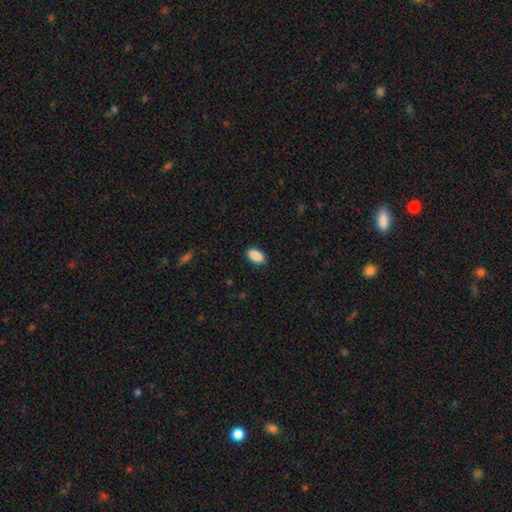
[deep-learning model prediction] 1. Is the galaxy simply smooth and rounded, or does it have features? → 90% smooth, 7% star or artifact, 3% featured or disk.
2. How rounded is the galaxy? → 92% in between, 5% cigar-shaped, 4% round.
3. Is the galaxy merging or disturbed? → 85% none, 12% minor disturbance, 2% major disturbance, 1% merger.